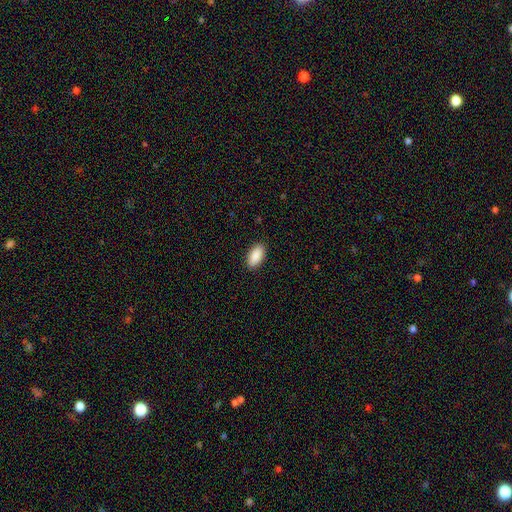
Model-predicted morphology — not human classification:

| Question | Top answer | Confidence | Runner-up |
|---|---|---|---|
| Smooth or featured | smooth | 90% | star or artifact (6%) |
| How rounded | in between | 93% | cigar-shaped (4%) |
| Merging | none | 90% | minor disturbance (7%) |